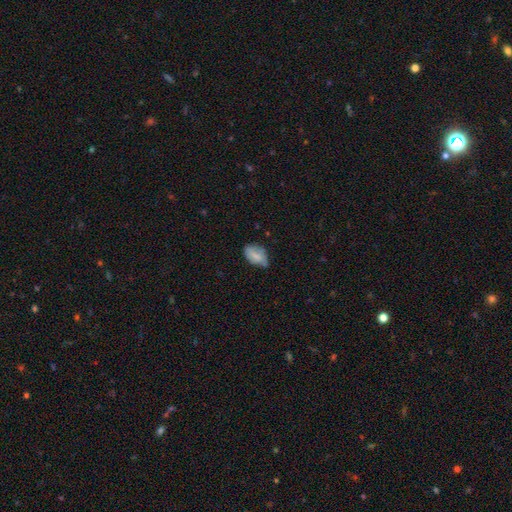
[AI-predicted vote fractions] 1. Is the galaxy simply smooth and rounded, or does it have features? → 69% smooth, 23% featured or disk, 8% star or artifact.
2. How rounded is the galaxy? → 90% in between, 8% round, 2% cigar-shaped.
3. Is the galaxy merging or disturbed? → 50% none, 39% minor disturbance, 9% major disturbance, 2% merger.